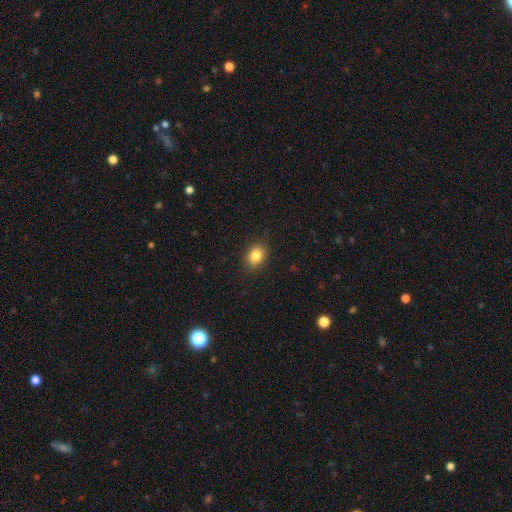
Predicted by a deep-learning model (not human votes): Overall: smooth (83%). How rounded: in between (57%; round 42%). Merging: none (87%).